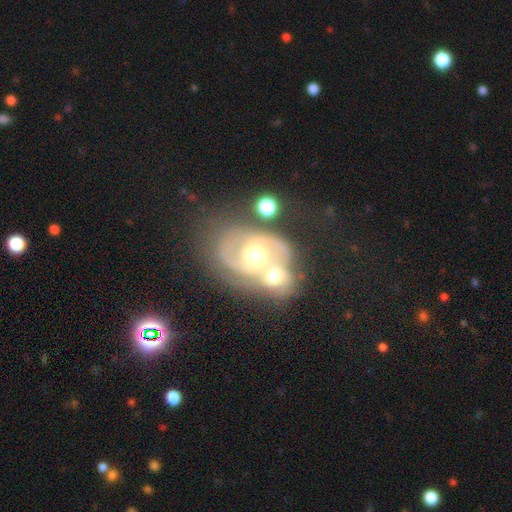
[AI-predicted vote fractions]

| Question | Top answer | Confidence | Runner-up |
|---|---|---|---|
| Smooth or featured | featured or disk | 81% | smooth (12%) |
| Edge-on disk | no | 97% | yes (3%) |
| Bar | no | 65% | weak (27%) |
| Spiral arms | yes | 88% | no (12%) |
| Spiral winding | tight | 44% | medium (42%) |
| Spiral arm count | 2 | 74% | can't tell (13%) |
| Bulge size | moderate | 73% | small (14%) |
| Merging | merger | 56% | none (26%) |